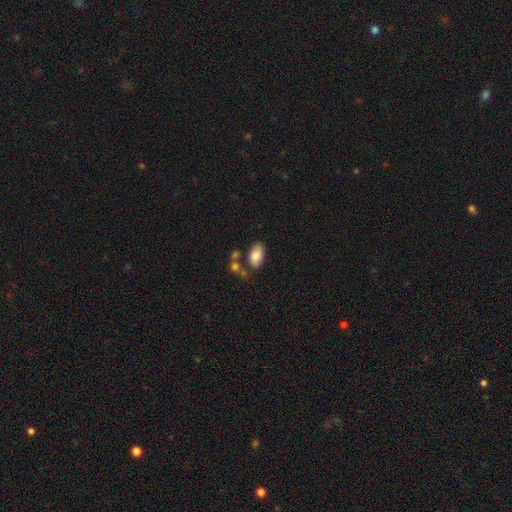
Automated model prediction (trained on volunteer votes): Smooth or featured? Predicted: smooth (p=0.82). How rounded? Predicted: in between (p=0.94). Merging? Predicted: none (p=0.64).